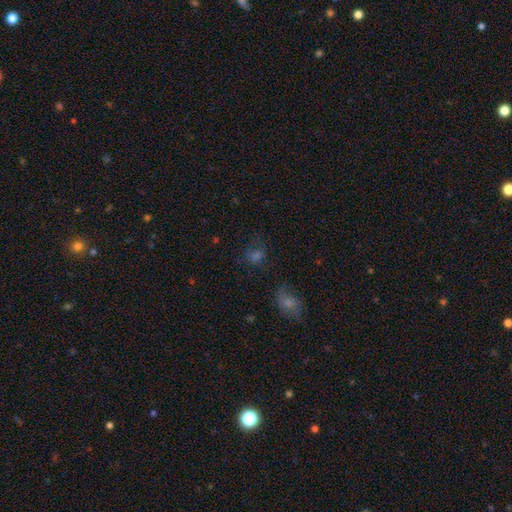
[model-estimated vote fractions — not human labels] smooth-or-featured: smooth: 55% | star or artifact: 32% | featured or disk: 13%
  how-rounded: round: 58% | in between: 40% | cigar-shaped: 2%
  merging: none: 64% | minor disturbance: 18% | major disturbance: 12% | merger: 6%